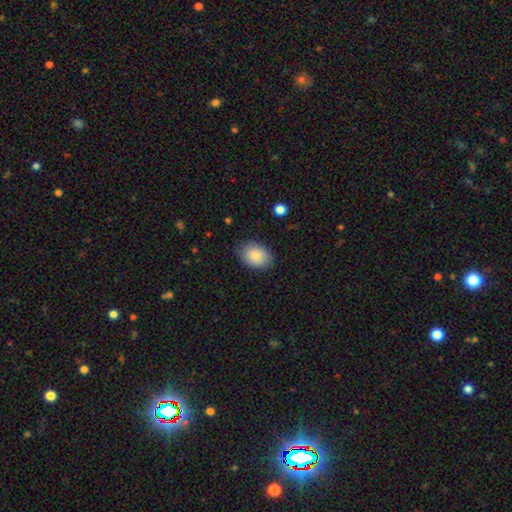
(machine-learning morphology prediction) A smooth galaxy with no disk features (87%) that is in between round and cigar-shaped (74%). Merging: none (83%).